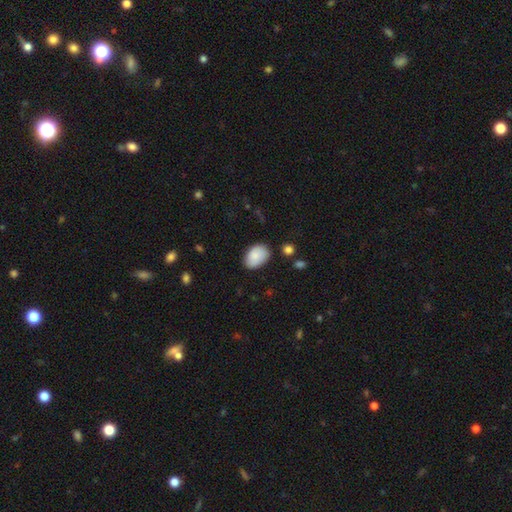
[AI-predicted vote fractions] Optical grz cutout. It shows a smooth galaxy with no disk features (87%) that is in between round and cigar-shaped (87%). Merging: none (75%).